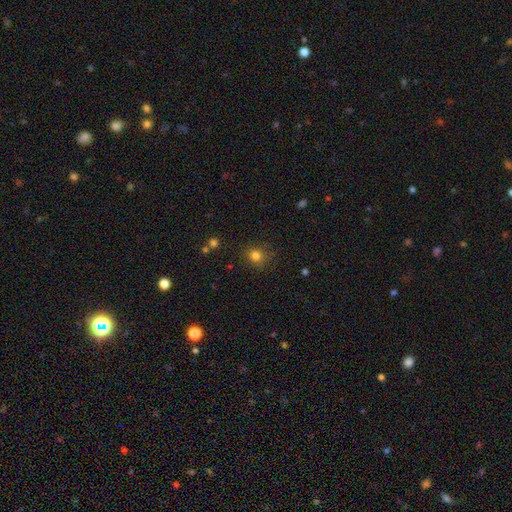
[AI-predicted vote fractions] Smooth or featured? Predicted: smooth (p=0.80). How rounded? Predicted: round (p=0.77). Merging? Predicted: none (p=0.84).